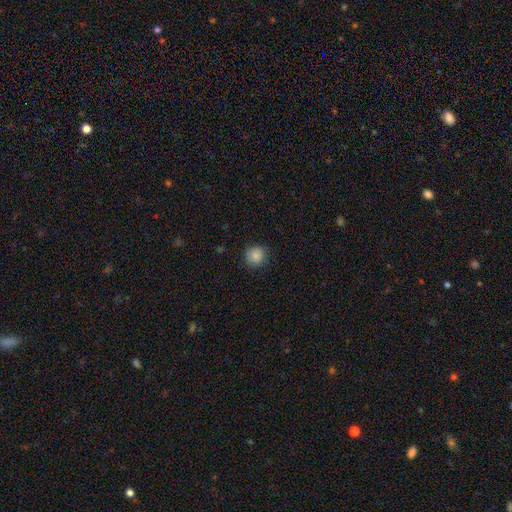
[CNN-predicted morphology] type=smooth (85%); roundness=round (88%); merging=none (84%).